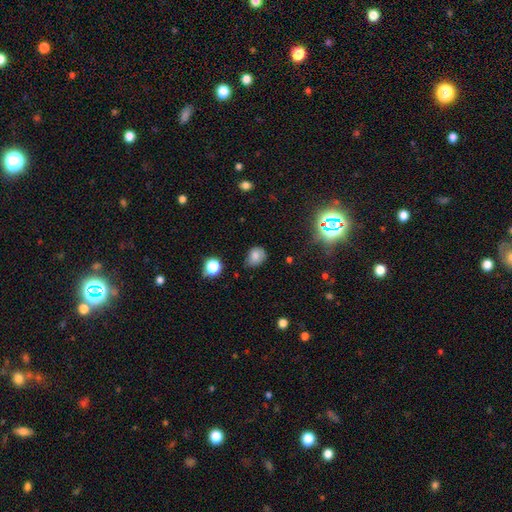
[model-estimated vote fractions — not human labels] This appears to be a smooth galaxy with no disk features (74%) that is in between round and cigar-shaped (55%). Merging: none (58%).